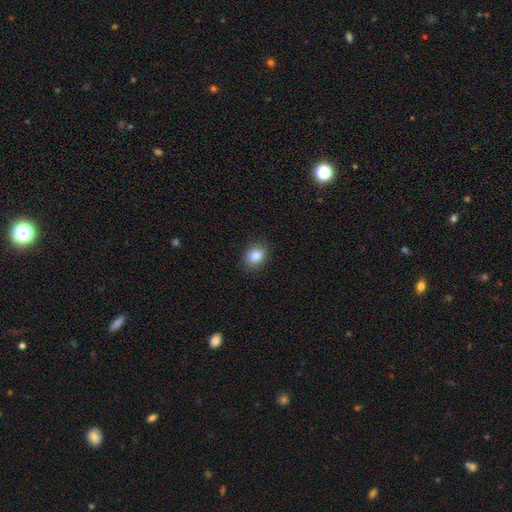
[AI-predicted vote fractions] The model was most divided on "how rounded": in between: 53%, round: 46%, cigar-shaped: 1%. More confident: merging — none (87%); smooth or featured — smooth (86%).